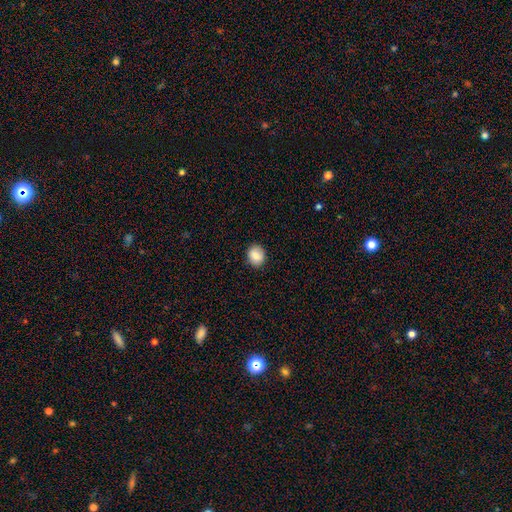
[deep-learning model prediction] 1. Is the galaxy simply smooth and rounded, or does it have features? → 87% smooth, 8% star or artifact, 5% featured or disk.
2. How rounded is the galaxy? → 66% round, 34% in between, 1% cigar-shaped.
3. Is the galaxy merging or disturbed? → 87% none, 10% minor disturbance, 2% major disturbance, 1% merger.